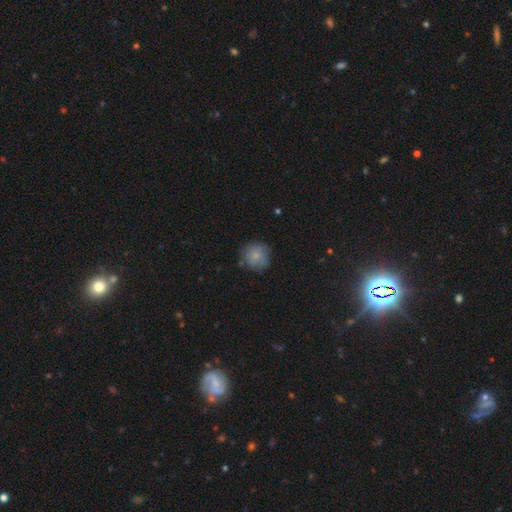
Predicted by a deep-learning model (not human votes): smooth-or-featured: smooth: 79% | featured or disk: 13% | star or artifact: 8%
  how-rounded: round: 92% | in between: 7% | cigar-shaped: 1%
  merging: none: 76% | minor disturbance: 17% | major disturbance: 4% | merger: 2%